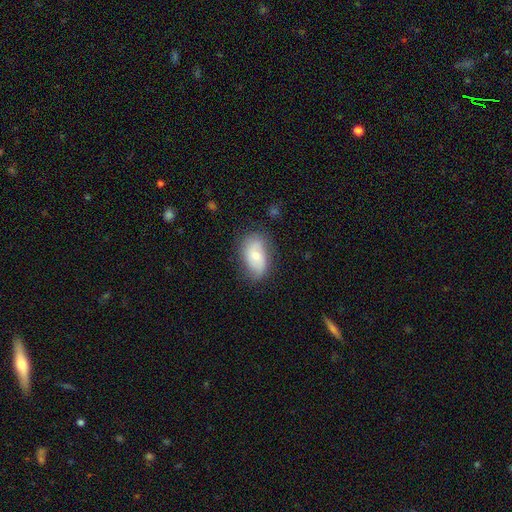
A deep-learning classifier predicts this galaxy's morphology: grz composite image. It shows a smooth galaxy with no disk features (59%) that is in between round and cigar-shaped (91%). Merging: none (68%).